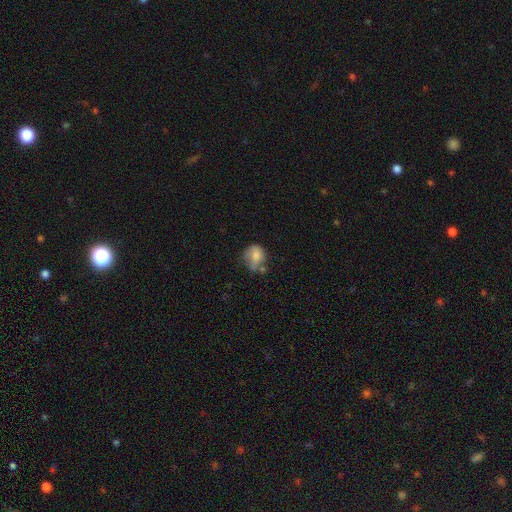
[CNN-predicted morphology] A smooth galaxy with no disk features (71%) that is round (55%).

Vote fractions:
- Smooth or featured? smooth: 71% / featured or disk: 19% / star or artifact: 9%
- How rounded? round: 55% / in between: 43% / cigar-shaped: 1%
- Merging? none: 40% / minor disturbance: 32% / major disturbance: 16% / merger: 13%